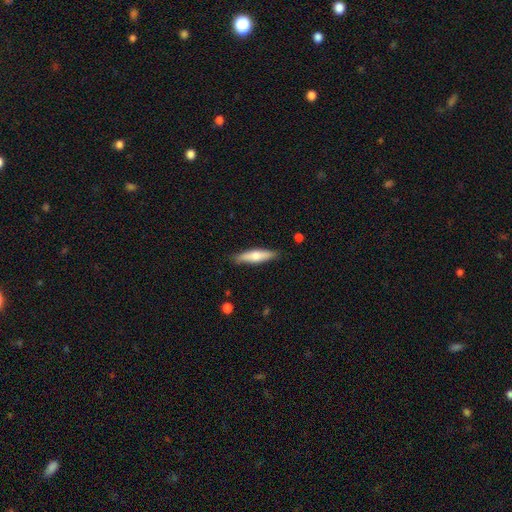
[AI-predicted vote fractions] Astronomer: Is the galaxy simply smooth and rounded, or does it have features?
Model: smooth — 61%.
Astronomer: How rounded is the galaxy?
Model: cigar-shaped — 72%.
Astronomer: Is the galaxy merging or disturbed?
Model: none — 86%.